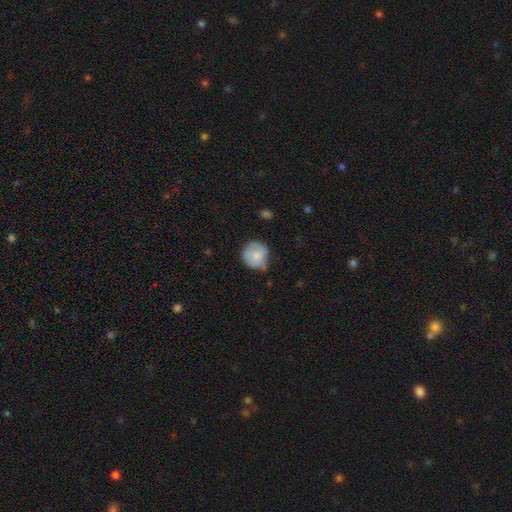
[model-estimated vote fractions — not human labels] Q: Smooth or featured?
A: smooth (73%); runner-up: featured or disk (20%)
Q: How rounded?
A: round (87%); runner-up: in between (12%)
Q: Merging?
A: none (57%); runner-up: minor disturbance (33%)